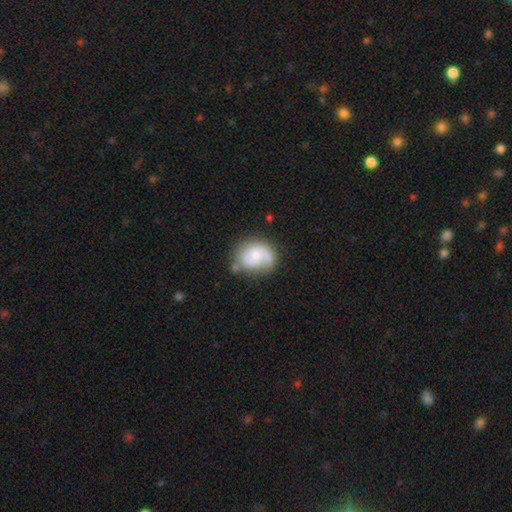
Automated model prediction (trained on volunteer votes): The model was most divided on "how rounded": round: 56%, in between: 43%, cigar-shaped: 1%. Remaining: smooth or featured — smooth (53%); merging — none (45%).